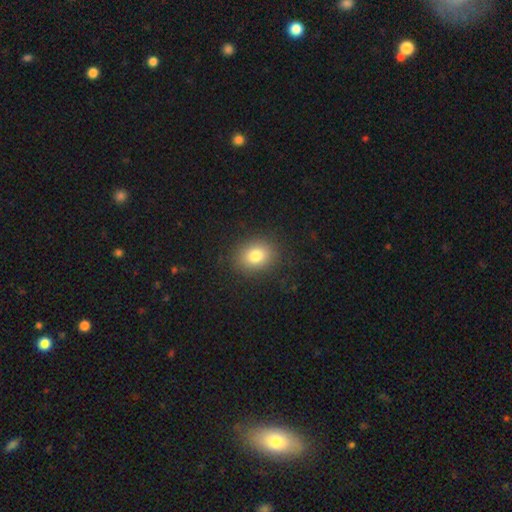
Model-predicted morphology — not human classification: Q: Smooth or featured?
A: smooth (80%); runner-up: star or artifact (11%)
Q: How rounded?
A: round (52%); runner-up: in between (47%)
Q: Merging?
A: none (87%); runner-up: minor disturbance (9%)